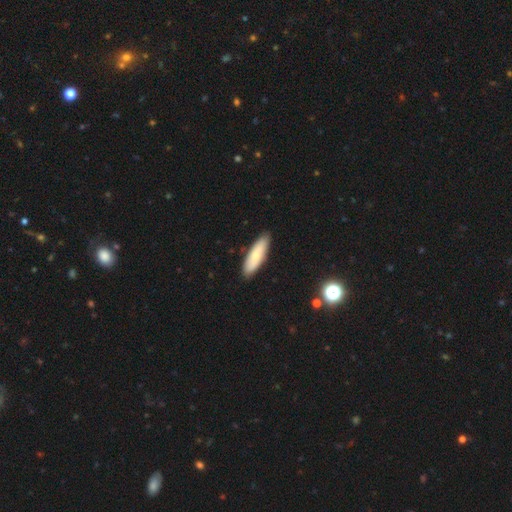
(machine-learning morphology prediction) This is likely a smooth galaxy (74%). How rounded: possibly cigar-shaped (51%). Merging: clearly none (87%).